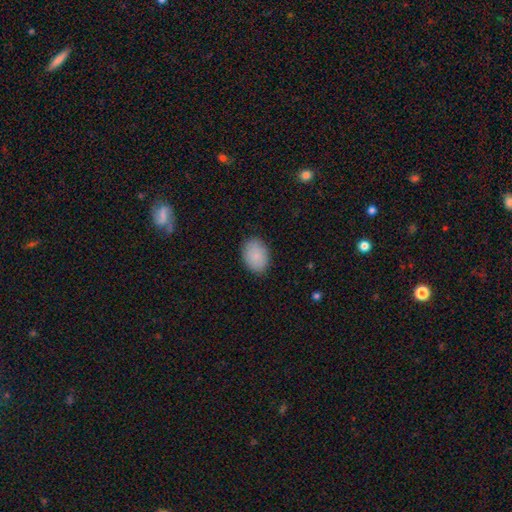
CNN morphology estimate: A smooth galaxy with no disk features (88%) that is in between round and cigar-shaped (78%). Merging: none (87%).